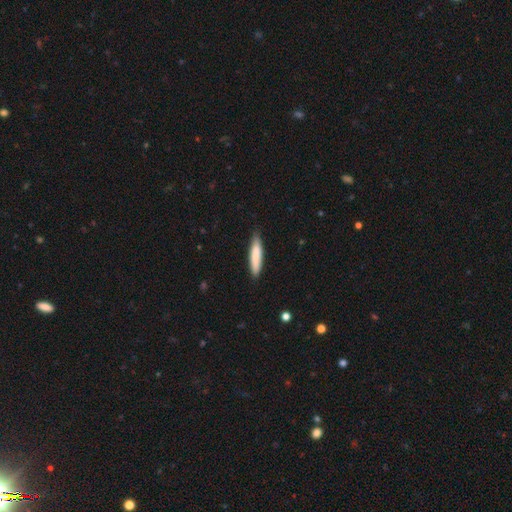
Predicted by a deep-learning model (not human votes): smooth_or_featured: smooth (p=0.83) [alt: featured or disk p=0.12]
how_rounded: cigar-shaped (p=0.82) [alt: in between p=0.17]
merging: none (p=0.83) [alt: minor disturbance p=0.14]